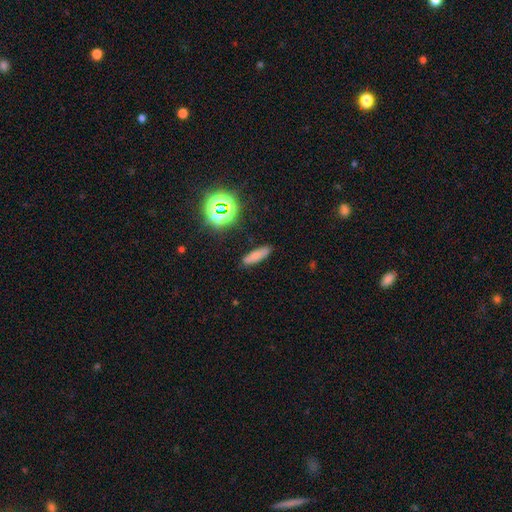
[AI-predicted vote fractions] Overall: smooth (73%). How rounded: cigar-shaped (60%; in between 37%). Merging: none (85%).